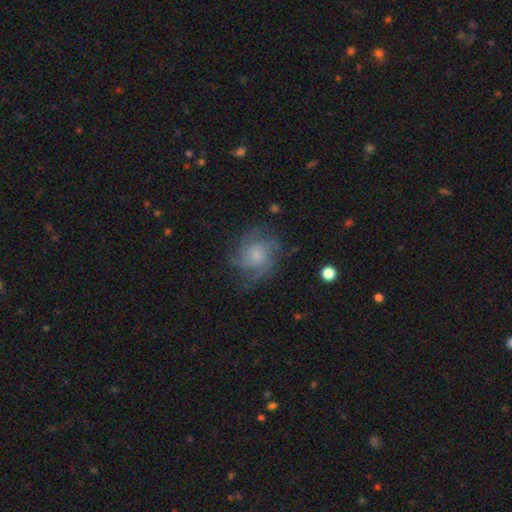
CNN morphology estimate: This is likely a featured or disk galaxy (69%). It is clearly not viewed edge-on (98%). Bar: likely no (78%). Spiral arm pattern: clearly yes (92%). Spiral arm count: marginally 4 (28%). Spiral winding: marginally medium (43%). Central bulge: possibly small (52%). Merging: likely none (68%).